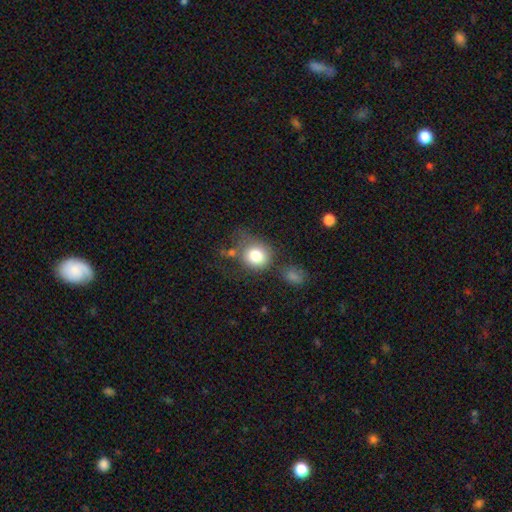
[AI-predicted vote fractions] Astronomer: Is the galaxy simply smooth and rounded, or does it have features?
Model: smooth — 80%.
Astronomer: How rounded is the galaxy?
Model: round — 80%.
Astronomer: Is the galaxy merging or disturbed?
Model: none — 52%.